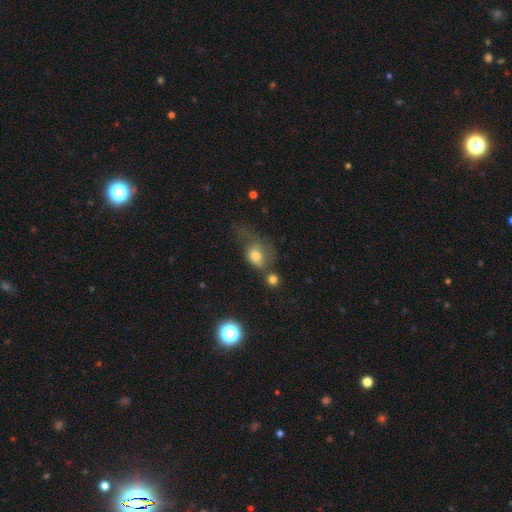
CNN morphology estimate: Overall: smooth (73%). How rounded: in between (59%; round 38%). Merging: major disturbance (34%; none 25%).